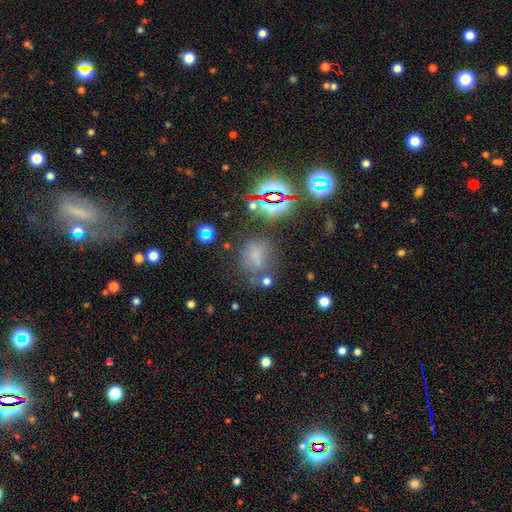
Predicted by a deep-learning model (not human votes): smooth-or-featured: smooth: 54% | star or artifact: 32% | featured or disk: 13%
  how-rounded: round: 56% | in between: 42% | cigar-shaped: 2%
  merging: none: 55% | minor disturbance: 21% | major disturbance: 13% | merger: 10%